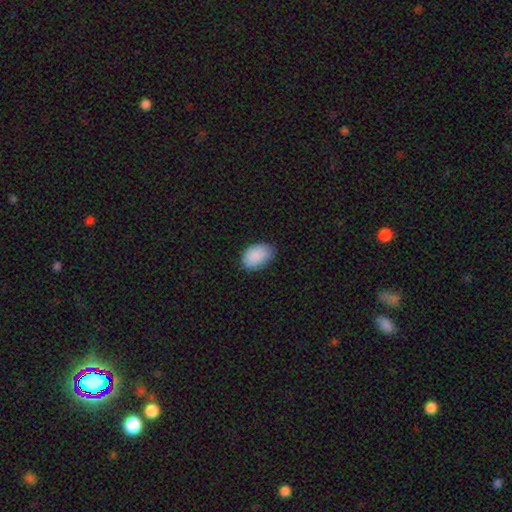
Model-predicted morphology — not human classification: Smooth or featured? Predicted: smooth (p=0.90). How rounded? Predicted: in between (p=0.90). Merging? Predicted: none (p=0.76).